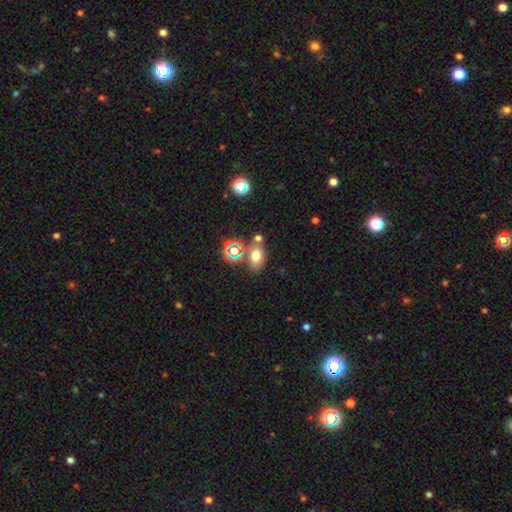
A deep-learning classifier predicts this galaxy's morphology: Overall: smooth (66%). How rounded: in between (72%). Merging: none (64%).